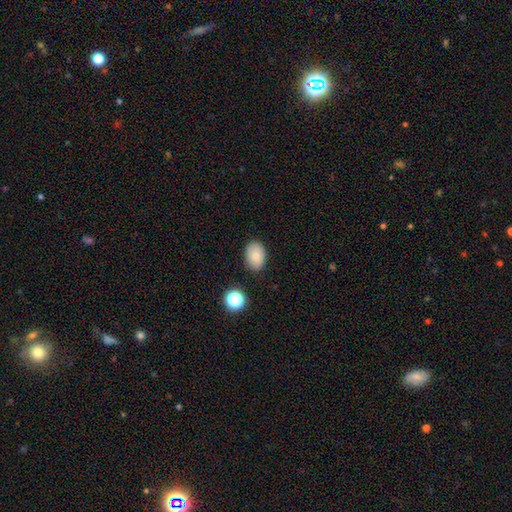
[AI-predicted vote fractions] A smooth galaxy with no disk features (80%) that is in between round and cigar-shaped (81%).

Vote fractions:
- Smooth or featured? smooth: 80% / featured or disk: 11% / star or artifact: 9%
- How rounded? in between: 81% / round: 18% / cigar-shaped: 1%
- Merging? none: 85% / minor disturbance: 11% / major disturbance: 3% / merger: 2%